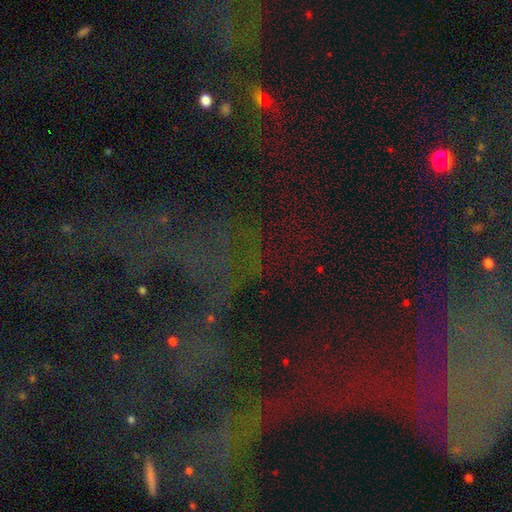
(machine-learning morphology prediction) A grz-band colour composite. It shows a star or artifact, not a galaxy (74%).